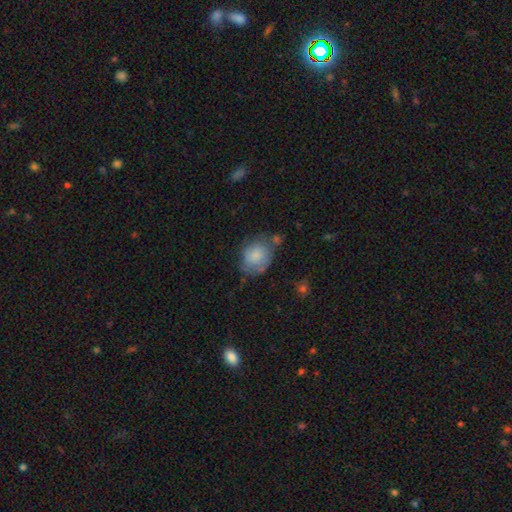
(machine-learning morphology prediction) A smooth galaxy with no disk features (77%) that is round (51%). Merging: none (51%).